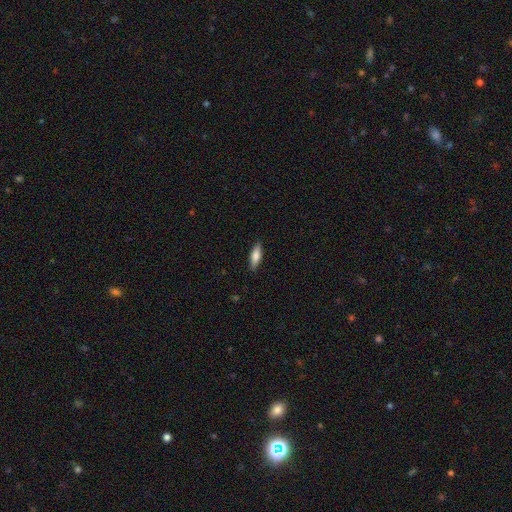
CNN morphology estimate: Q: Smooth or featured?
A: smooth (76%); runner-up: featured or disk (18%)
Q: How rounded?
A: in between (53%); runner-up: cigar-shaped (45%)
Q: Merging?
A: none (87%); runner-up: minor disturbance (10%)